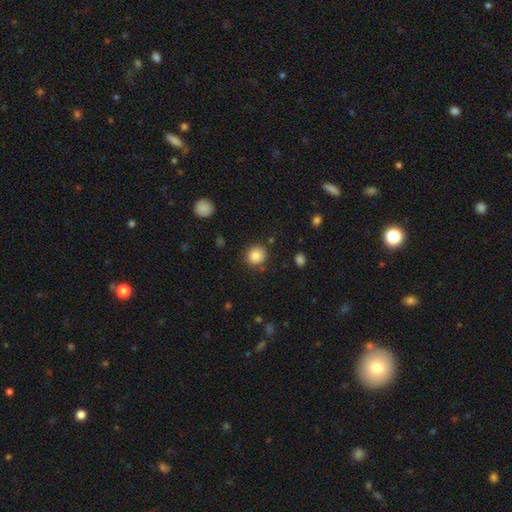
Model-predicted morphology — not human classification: Q: Smooth or featured?
A: smooth (84%); runner-up: star or artifact (10%)
Q: How rounded?
A: round (89%); runner-up: in between (10%)
Q: Merging?
A: none (86%); runner-up: minor disturbance (9%)